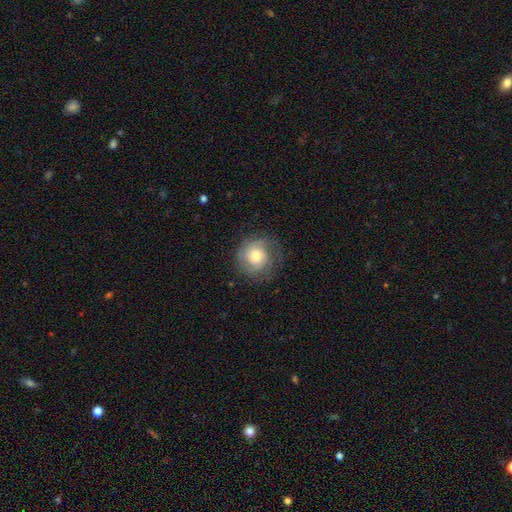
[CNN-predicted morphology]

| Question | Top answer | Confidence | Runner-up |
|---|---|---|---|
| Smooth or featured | featured or disk | 64% | smooth (28%) |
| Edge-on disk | no | 97% | yes (3%) |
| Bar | no | 76% | weak (20%) |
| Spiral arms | yes | 91% | no (9%) |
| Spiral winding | tight | 58% | medium (32%) |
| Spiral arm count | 2 | 34% | can't tell (29%) |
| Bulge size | moderate | 58% | small (21%) |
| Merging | none | 73% | minor disturbance (17%) |